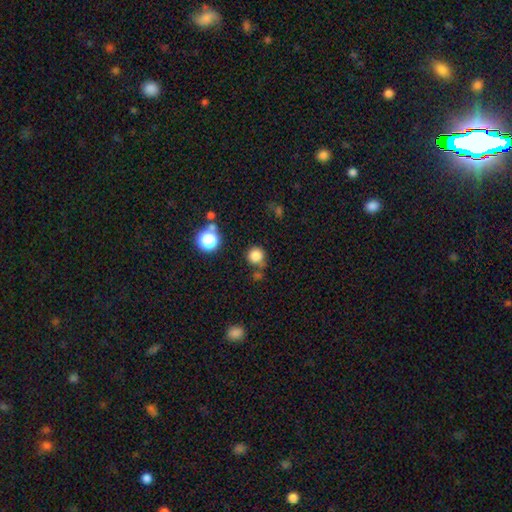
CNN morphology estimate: This appears to be a smooth galaxy with no disk features (81%) that is round (93%). Merging: none (74%).